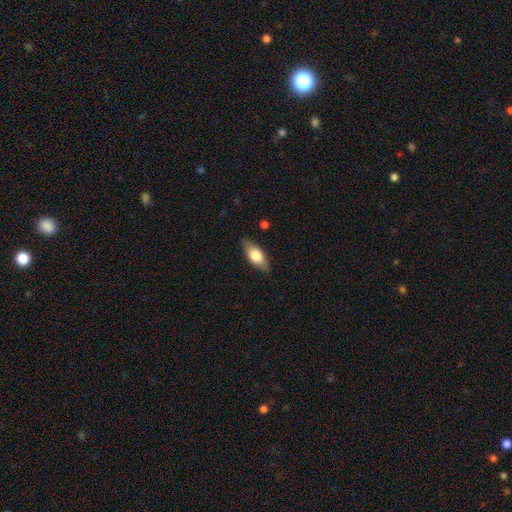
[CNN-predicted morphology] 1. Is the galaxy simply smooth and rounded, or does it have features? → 67% smooth, 27% featured or disk, 6% star or artifact.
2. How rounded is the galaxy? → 81% in between, 16% cigar-shaped, 3% round.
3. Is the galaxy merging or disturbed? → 84% none, 12% minor disturbance, 2% major disturbance, 1% merger.